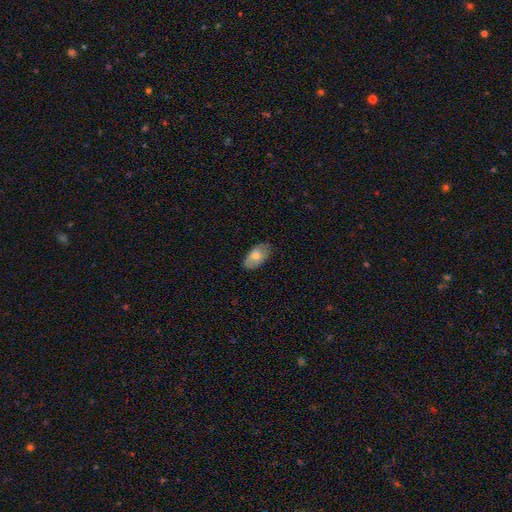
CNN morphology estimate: type=smooth (69%); roundness=in between (93%); merging=none (74%).